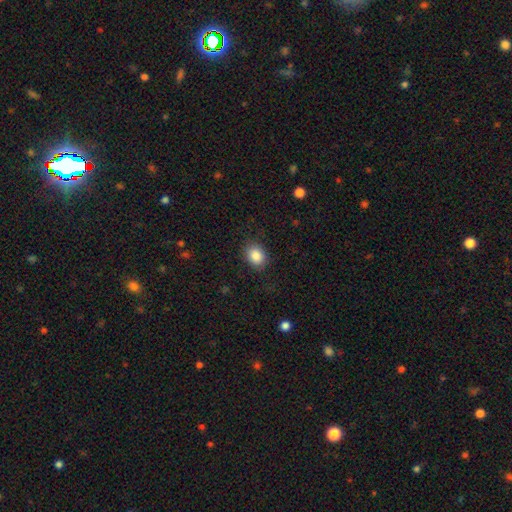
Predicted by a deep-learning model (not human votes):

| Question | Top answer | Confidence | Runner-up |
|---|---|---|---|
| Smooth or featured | smooth | 87% | star or artifact (8%) |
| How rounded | in between | 55% | round (44%) |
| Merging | none | 83% | minor disturbance (12%) |